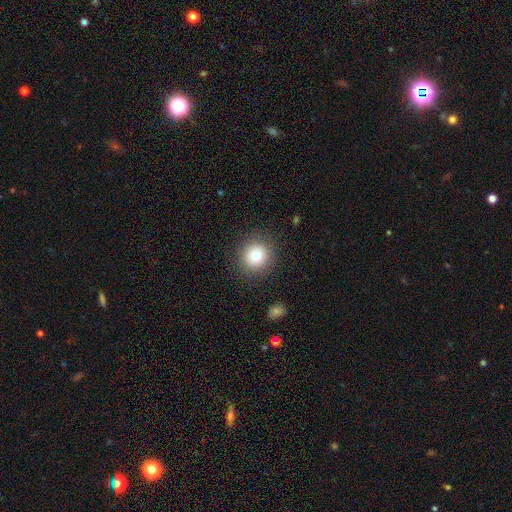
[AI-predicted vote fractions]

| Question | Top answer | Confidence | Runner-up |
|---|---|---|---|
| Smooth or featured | smooth | 79% | star or artifact (11%) |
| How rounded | round | 89% | in between (10%) |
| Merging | none | 88% | minor disturbance (7%) |